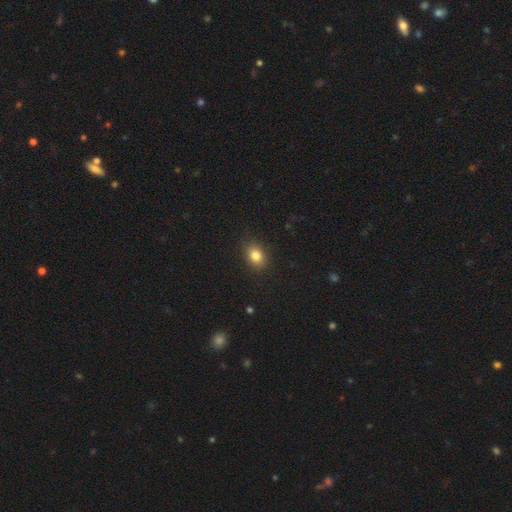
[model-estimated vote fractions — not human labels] smooth 83%, star or artifact 11%, featured or disk 7%. Down the decision tree: how rounded — in between (62%); merging — none (85%).